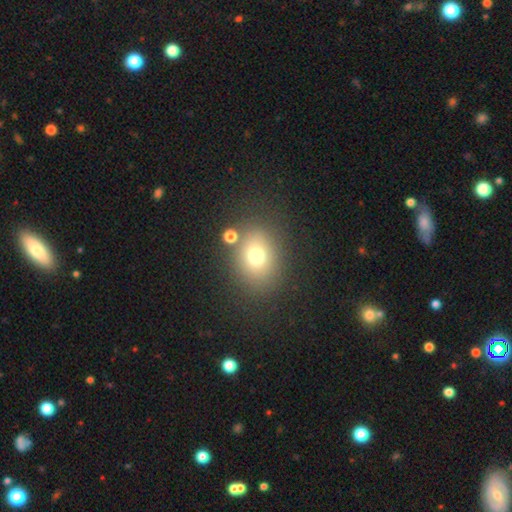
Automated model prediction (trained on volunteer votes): The model was most divided on "how rounded": round: 57%, in between: 42%, cigar-shaped: 1%. More confident: merging — none (75%); smooth or featured — smooth (72%).